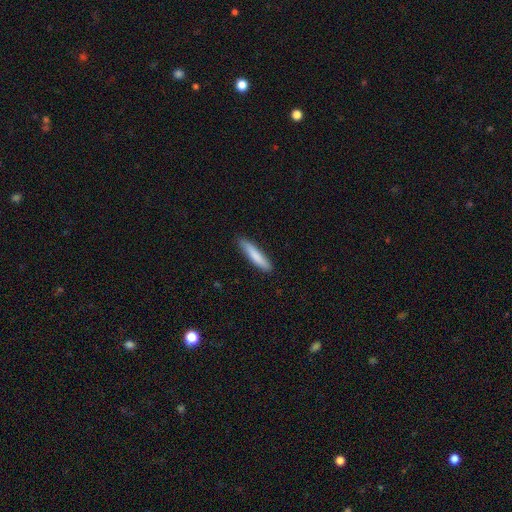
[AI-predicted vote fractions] A smooth galaxy with no disk features (81%) that is cigar-shaped (89%). Merging: none (88%).